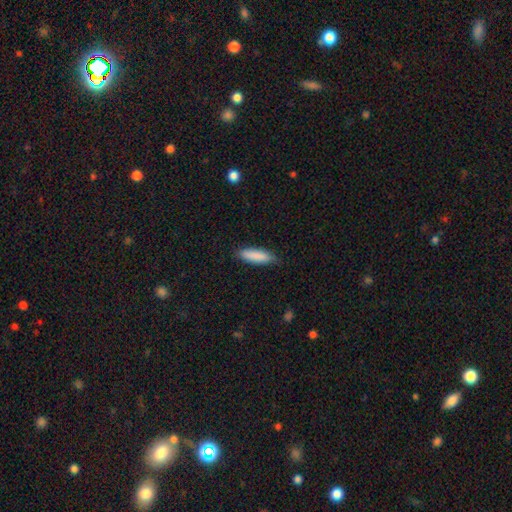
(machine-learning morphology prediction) Smooth or featured: smooth — 88% (featured or disk — 6%)
How rounded: cigar-shaped — 56% (in between — 42%)
Merging: none — 82% (minor disturbance — 14%)